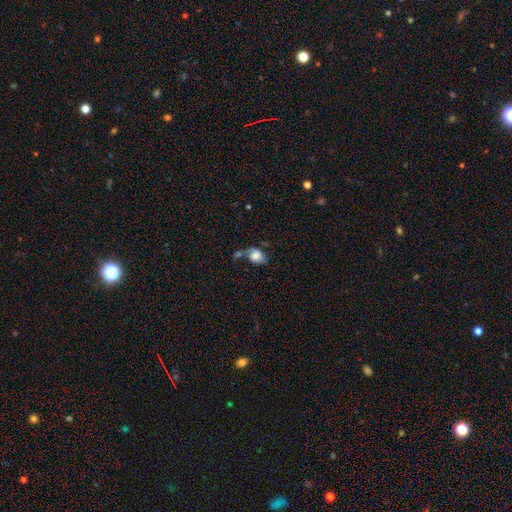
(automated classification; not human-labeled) The model was most divided on "merging": none: 32%, merger: 28%, minor disturbance: 22%, major disturbance: 18%. More confident: how rounded — in between (65%); smooth or featured — smooth (63%).